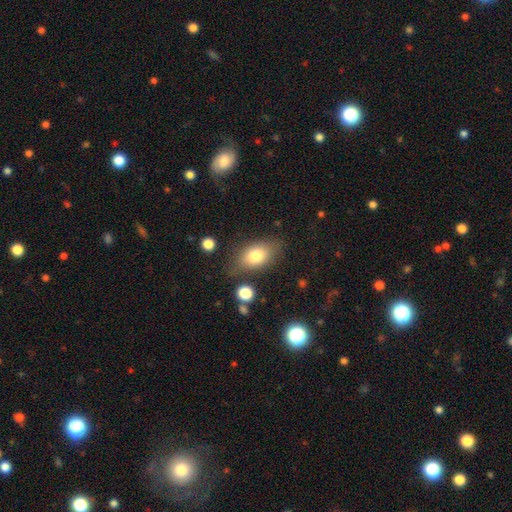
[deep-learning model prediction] Overall: smooth (78%). How rounded: in between (84%). Merging: none (72%).